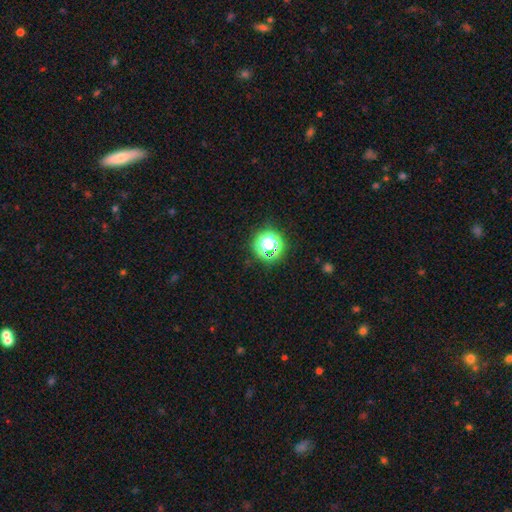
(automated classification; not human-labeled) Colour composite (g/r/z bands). It shows a star or artifact, not a galaxy (66%).